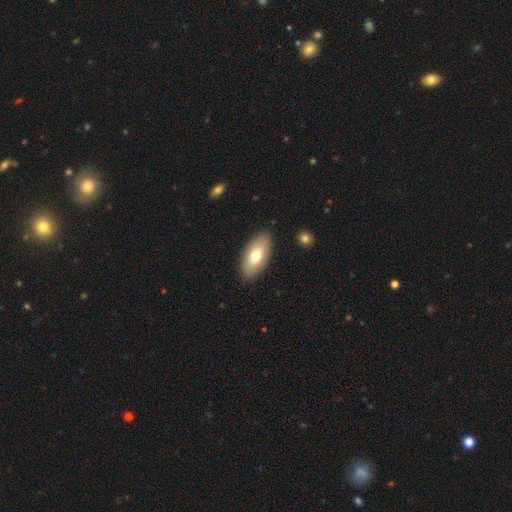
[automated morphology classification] type=smooth (74%); roundness=in between (92%); merging=none (88%).